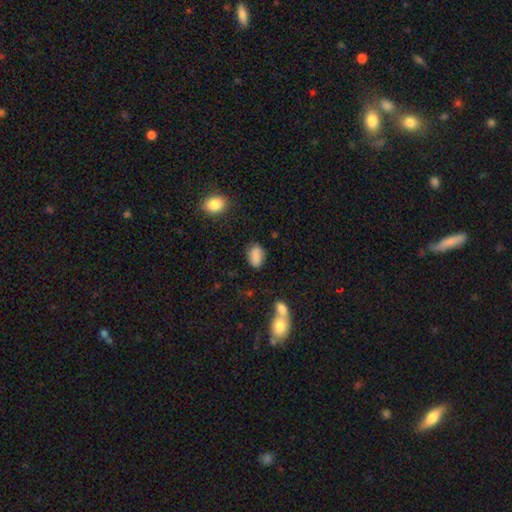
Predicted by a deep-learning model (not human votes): Morphology: type=smooth (83%); roundness=in between (86%); merging=none (71%).